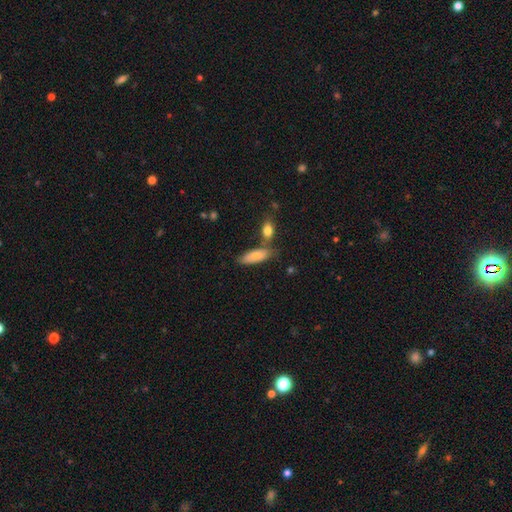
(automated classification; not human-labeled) Q: Smooth or featured?
A: smooth (80%); runner-up: featured or disk (14%)
Q: How rounded?
A: in between (66%); runner-up: cigar-shaped (32%)
Q: Merging?
A: none (61%); runner-up: minor disturbance (18%)